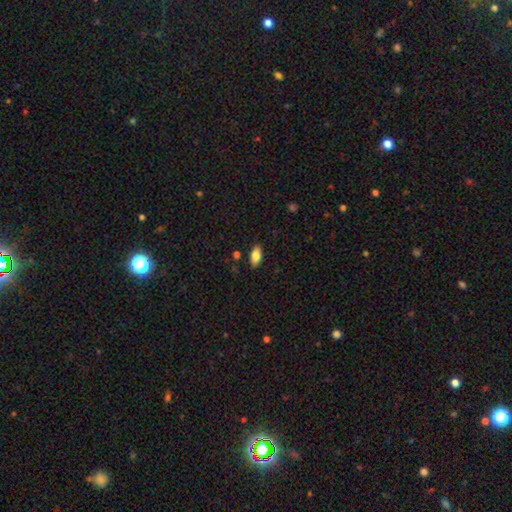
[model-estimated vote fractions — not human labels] Smooth or featured: smooth — 83% (featured or disk — 10%)
How rounded: in between — 92% (cigar-shaped — 5%)
Merging: none — 87% (minor disturbance — 9%)